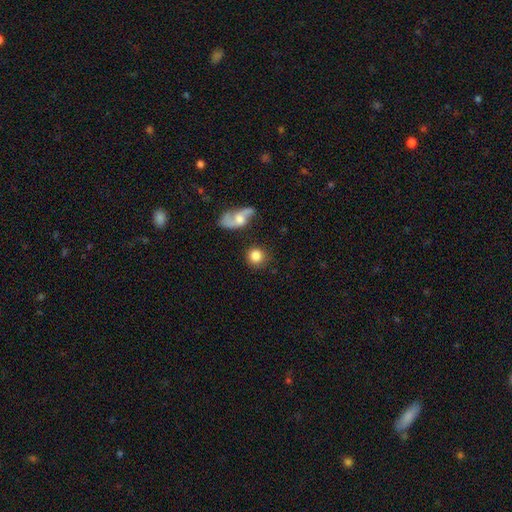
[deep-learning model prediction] This is clearly a smooth galaxy (81%). How rounded: clearly round (90%). Merging: likely none (77%).